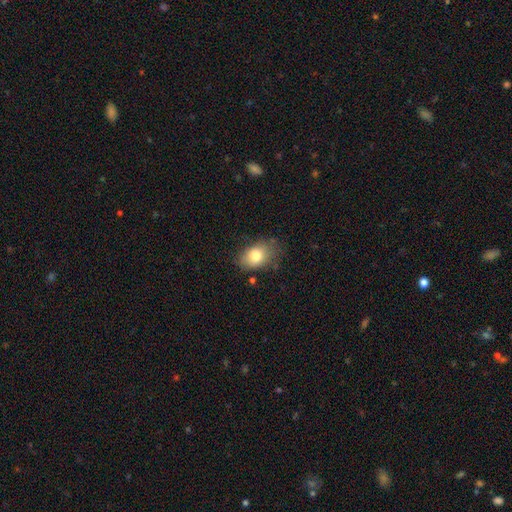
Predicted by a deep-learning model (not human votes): A smooth galaxy with no disk features (78%) that is in between round and cigar-shaped (82%). Merging: none (65%).